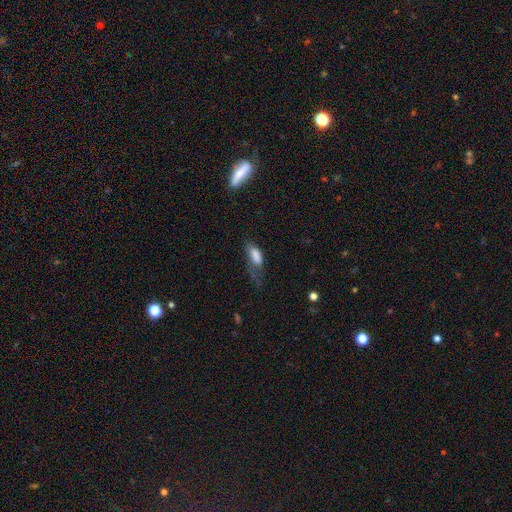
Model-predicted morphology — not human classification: smooth_or_featured: smooth (p=0.75) [alt: featured or disk p=0.16]
how_rounded: in between (p=0.74) [alt: cigar-shaped p=0.23]
merging: major disturbance (p=0.43) [alt: minor disturbance p=0.28]